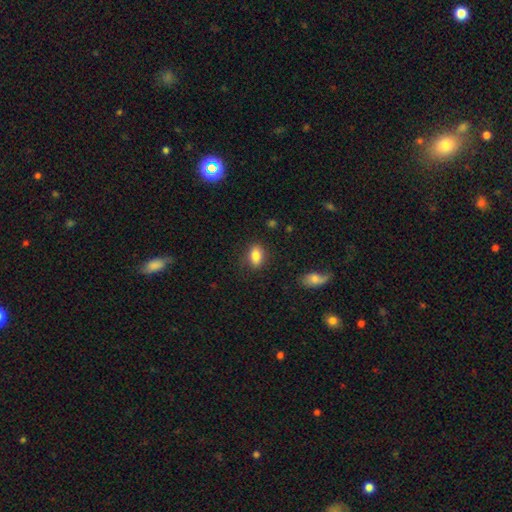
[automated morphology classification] This is clearly a smooth galaxy (83%). How rounded: clearly in between (84%). Merging: clearly none (83%).